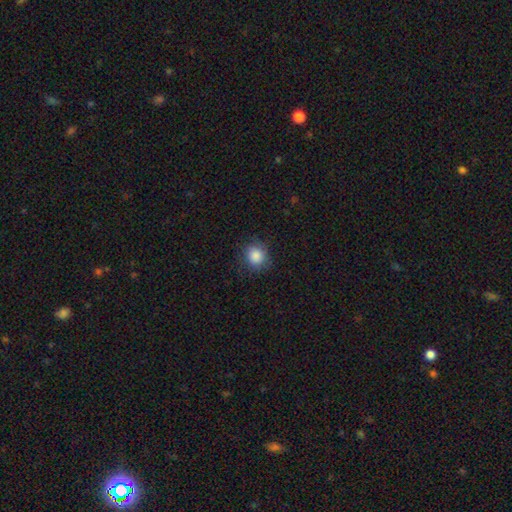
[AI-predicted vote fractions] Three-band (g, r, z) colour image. It shows a smooth galaxy with no disk features (86%) that is round (81%). Merging: none (81%).